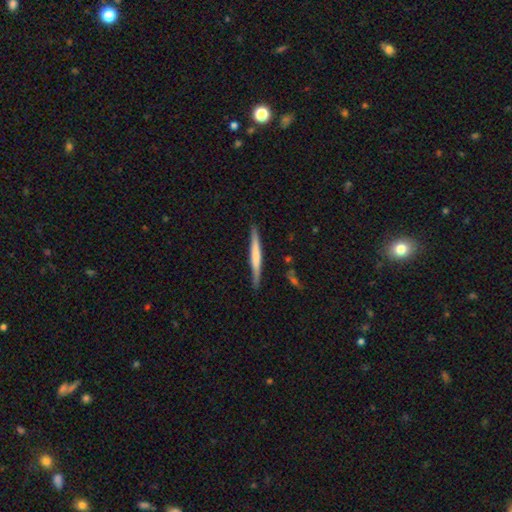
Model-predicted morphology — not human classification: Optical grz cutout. It shows a smooth galaxy with no disk features (50%) that is cigar-shaped (96%). Merging: none (86%).